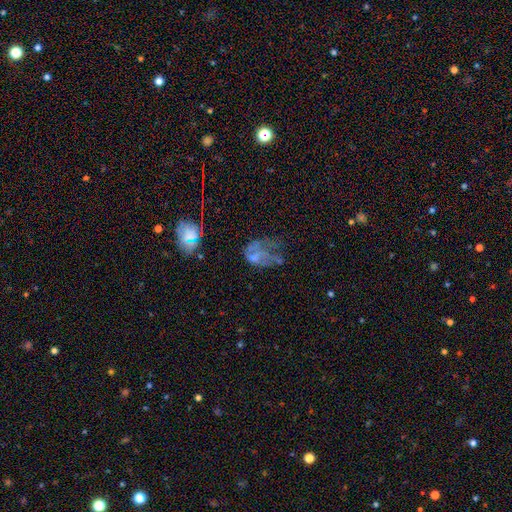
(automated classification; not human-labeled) Smooth or featured? featured or disk (47%)
Merging? major disturbance (52%)